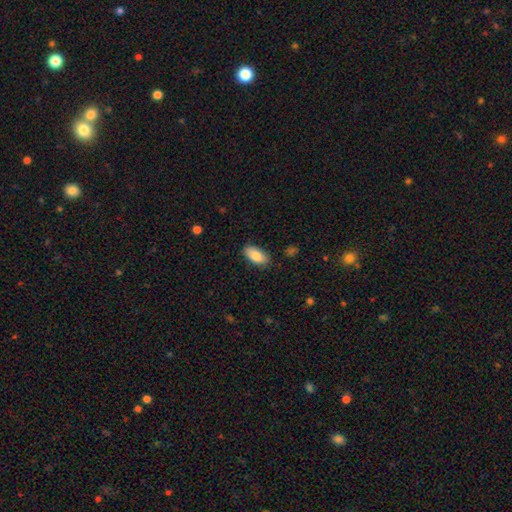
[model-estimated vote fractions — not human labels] smooth 85%, featured or disk 8%, star or artifact 7%. Down the decision tree: how rounded — in between (91%); merging — none (84%).